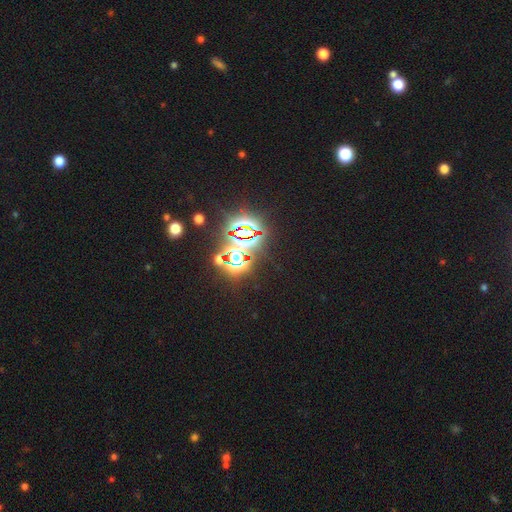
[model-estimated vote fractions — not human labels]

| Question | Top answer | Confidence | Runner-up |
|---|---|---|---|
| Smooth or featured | star or artifact | 81% | smooth (11%) |